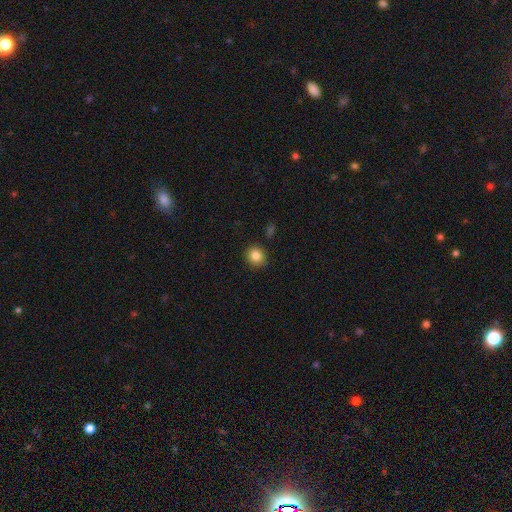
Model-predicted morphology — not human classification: Smooth or featured?
  - smooth: 85% *
  - star or artifact: 10%
  - featured or disk: 5%
How rounded?
  - round: 82% *
  - in between: 17%
  - cigar-shaped: 1%
Merging?
  - none: 90% *
  - minor disturbance: 7%
  - major disturbance: 2%
  - merger: 2%